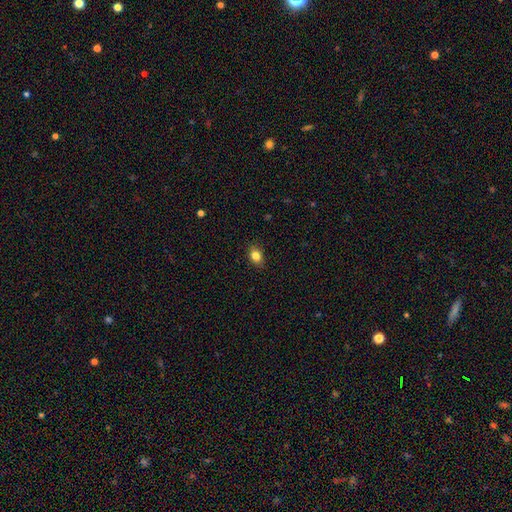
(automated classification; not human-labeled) The model was most divided on "how rounded": in between: 67%, round: 31%, cigar-shaped: 2%. More confident: merging — none (87%); smooth or featured — smooth (83%).